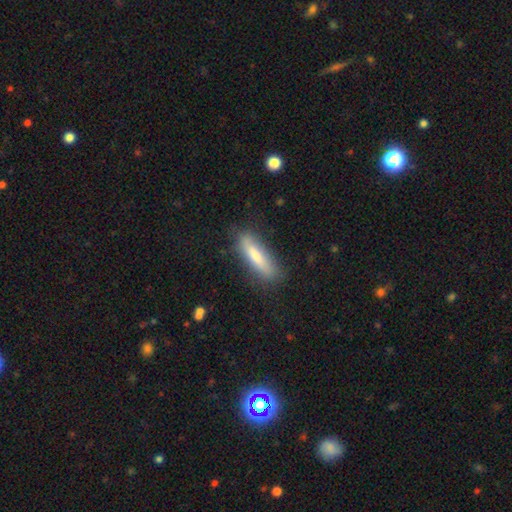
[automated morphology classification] Smooth or featured?
  - smooth: 68% *
  - featured or disk: 25%
  - star or artifact: 7%
How rounded?
  - cigar-shaped: 71% *
  - in between: 27%
  - round: 2%
Merging?
  - none: 79% *
  - minor disturbance: 15%
  - major disturbance: 4%
  - merger: 2%